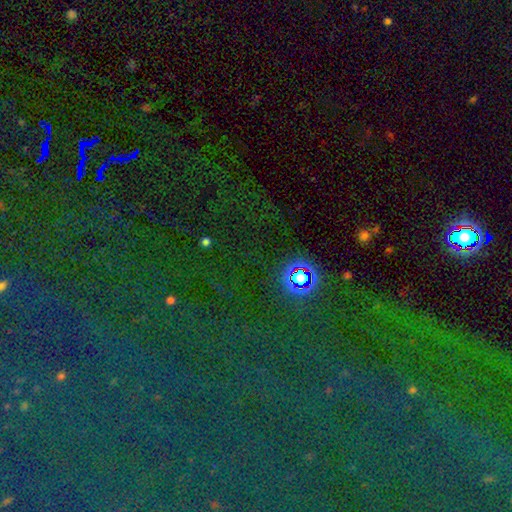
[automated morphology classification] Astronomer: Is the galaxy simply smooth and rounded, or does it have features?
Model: star or artifact — 79%.